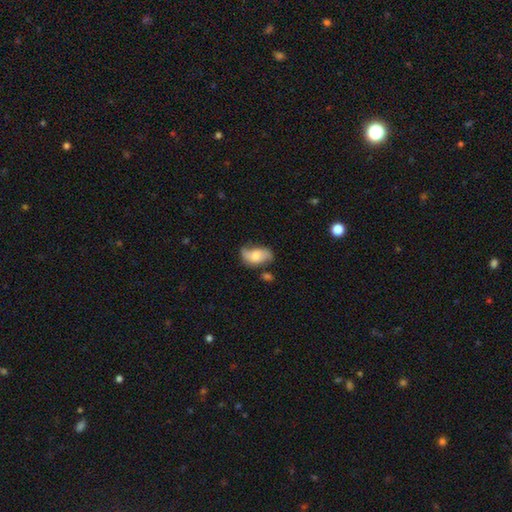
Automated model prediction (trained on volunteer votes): This appears to be a smooth galaxy with no disk features (49%). Merging: none (46%).